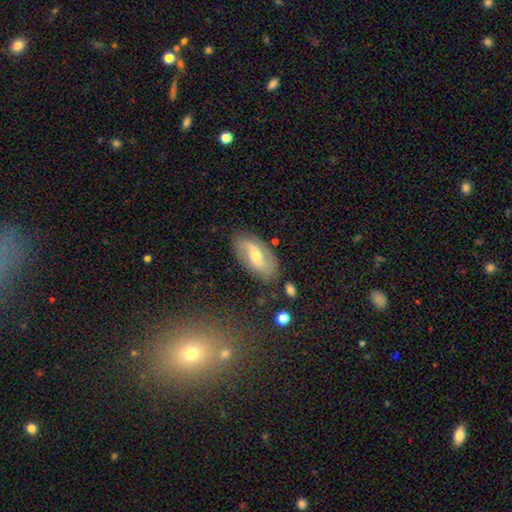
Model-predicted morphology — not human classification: A featured or disk galaxy (67%) with a weak bar (43%), spiral arms (81%) and a moderate central bulge (61%).

Vote fractions:
- Smooth or featured? featured or disk: 67% / smooth: 27% / star or artifact: 6%
- Edge-on disk? no: 91% / yes: 9%
- Bar? weak: 43% / no: 29% / strong: 28%
- Spiral arms? yes: 81% / no: 19%
- Bulge size? moderate: 61% / small: 33% / large: 3% / none: 1% / dominant: 1%
- Merging? none: 82% / minor disturbance: 12% / major disturbance: 3% / merger: 2%